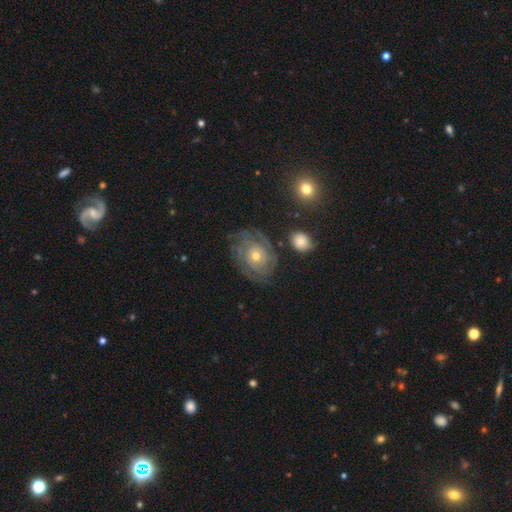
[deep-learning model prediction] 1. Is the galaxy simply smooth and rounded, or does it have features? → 77% featured or disk, 15% smooth, 8% star or artifact.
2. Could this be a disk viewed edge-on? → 97% no, 3% yes.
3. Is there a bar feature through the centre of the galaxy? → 84% no, 13% weak, 3% strong.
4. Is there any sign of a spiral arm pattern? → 87% yes, 13% no.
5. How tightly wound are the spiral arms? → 75% tight, 19% medium, 6% loose.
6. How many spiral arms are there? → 49% can't tell, 18% 2, 14% 3, 8% 4, 5% 1, 5% more than 4.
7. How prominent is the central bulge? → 51% small, 45% moderate, 2% large, 1% none, 1% dominant.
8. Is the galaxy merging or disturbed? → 70% none, 18% minor disturbance, 9% major disturbance, 3% merger.